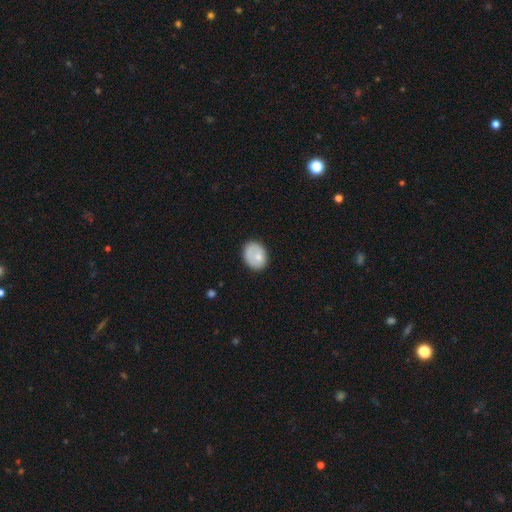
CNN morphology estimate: Smooth or featured? Predicted: smooth (p=0.73). How rounded? Predicted: in between (p=0.62). Merging? Predicted: none (p=0.67).